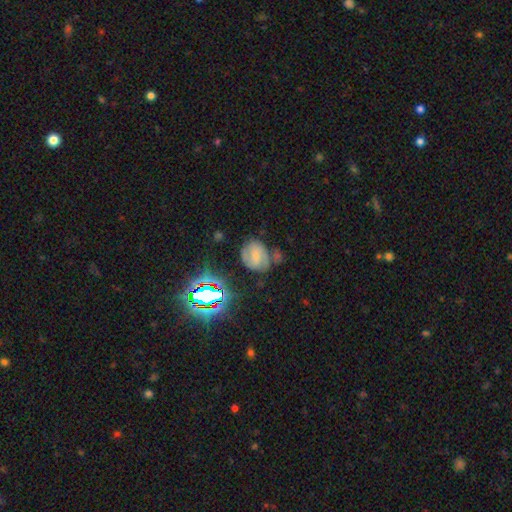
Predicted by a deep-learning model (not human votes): Smooth or featured: featured or disk — 43% (smooth — 41%)
Merging: none — 56% (minor disturbance — 23%)